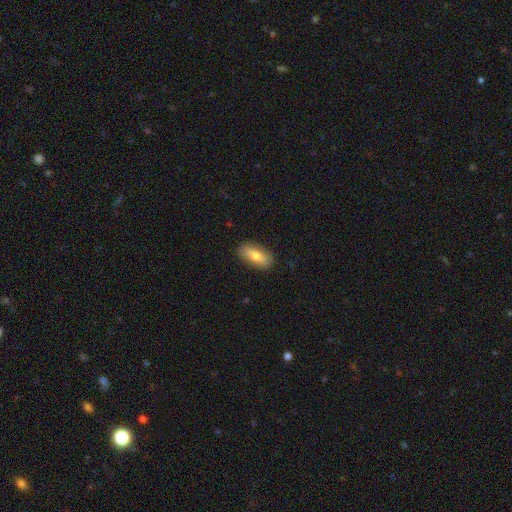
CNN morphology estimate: smooth 75%, featured or disk 19%, star or artifact 6%. Down the decision tree: how rounded — in between (77%); merging — none (87%).